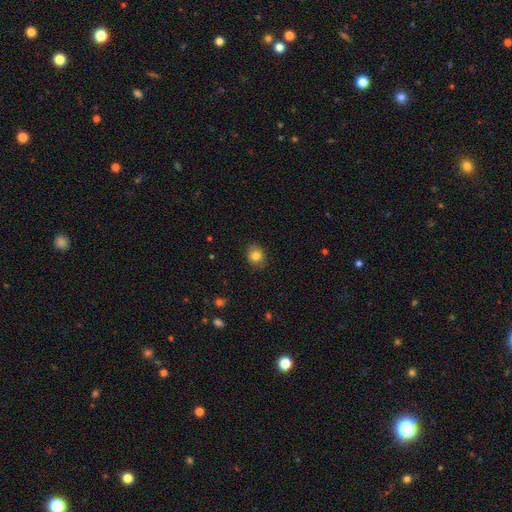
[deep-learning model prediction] This is clearly a smooth galaxy (81%). How rounded: likely round (68%). Merging: clearly none (82%).